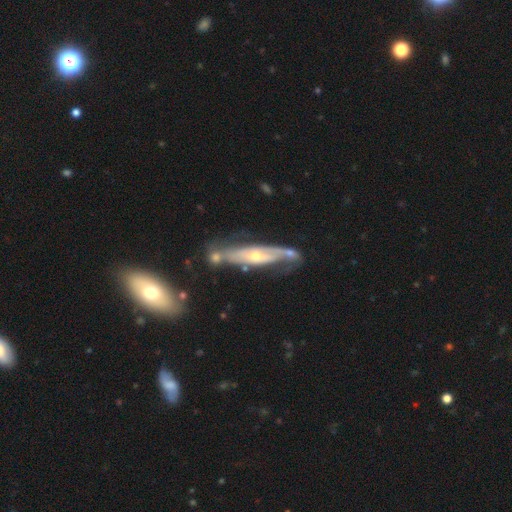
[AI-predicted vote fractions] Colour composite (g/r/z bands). It shows a featured or disk galaxy (76%). Merging: none (53%).